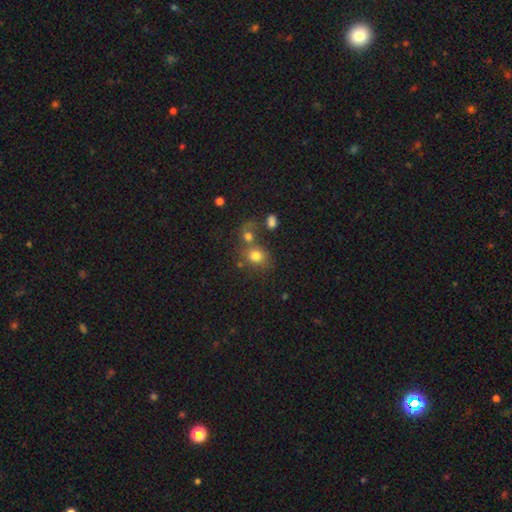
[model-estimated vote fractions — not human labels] This is likely a smooth galaxy (75%). How rounded: likely round (68%). Merging: possibly none (47%).